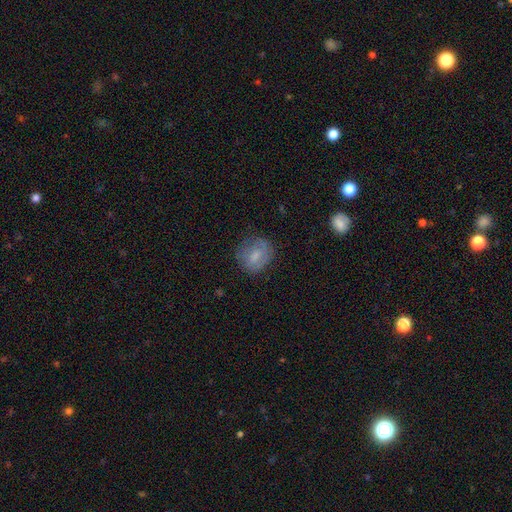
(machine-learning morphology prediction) Smooth or featured? smooth (65%)
How rounded? round (59%)
Merging? none (70%)